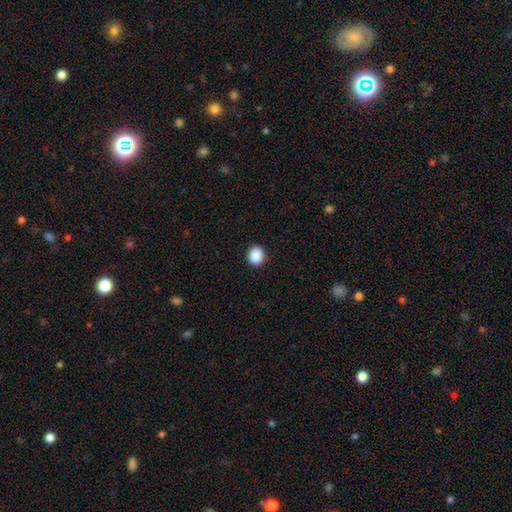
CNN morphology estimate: Overall: smooth (89%). How rounded: round (74%). Merging: none (92%).